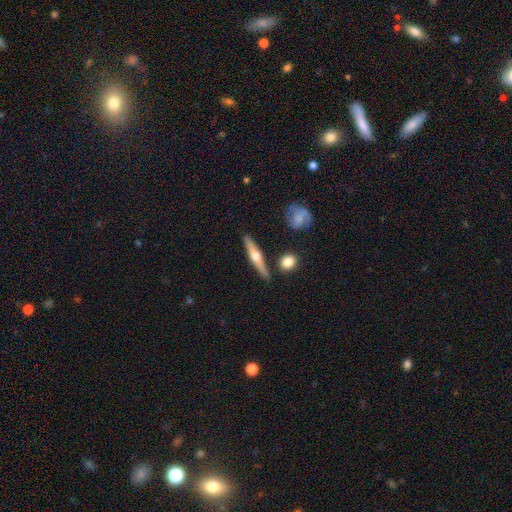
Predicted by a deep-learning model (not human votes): Smooth or featured: featured or disk — 63% (smooth — 31%)
Edge-on disk: yes — 95% (no — 5%)
Edge-on bulge: rounded — 93% (none — 4%)
Merging: none — 85% (minor disturbance — 9%)